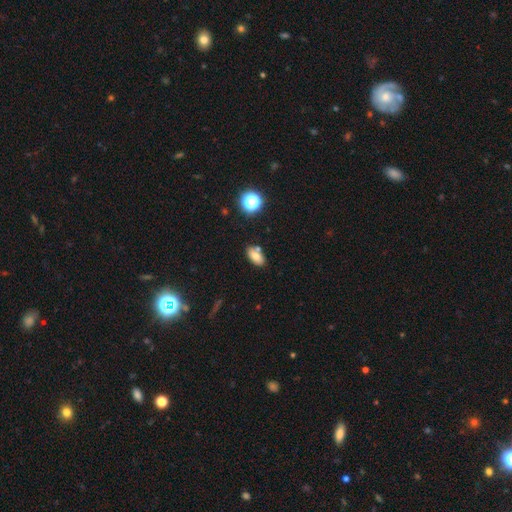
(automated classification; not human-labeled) Overall: smooth (75%). How rounded: in between (89%). Merging: none (72%).